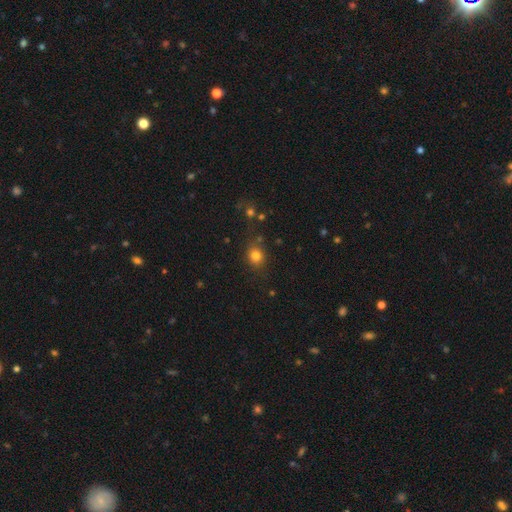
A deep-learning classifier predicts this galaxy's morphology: This appears to be a smooth galaxy with no disk features (80%) that is round (75%). Merging: none (79%).